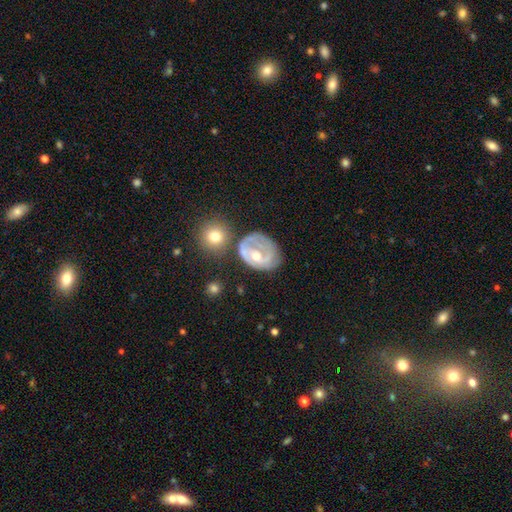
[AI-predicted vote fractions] Smooth or featured: featured or disk — 64% (smooth — 28%)
Edge-on disk: no — 96% (yes — 4%)
Bar: no — 59% (weak — 31%)
Spiral arms: yes — 54% (no — 46%)
Bulge size: moderate — 68% (small — 24%)
Merging: none — 45% (minor disturbance — 24%)